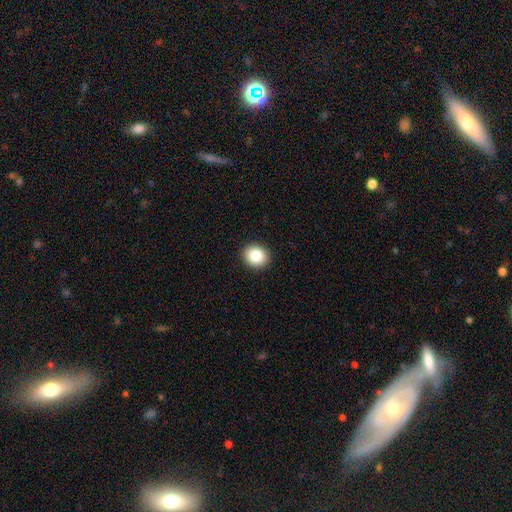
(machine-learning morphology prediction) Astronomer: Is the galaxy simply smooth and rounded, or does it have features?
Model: smooth — 86%.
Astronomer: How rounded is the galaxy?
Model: round — 76%.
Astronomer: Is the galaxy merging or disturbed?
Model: none — 92%.